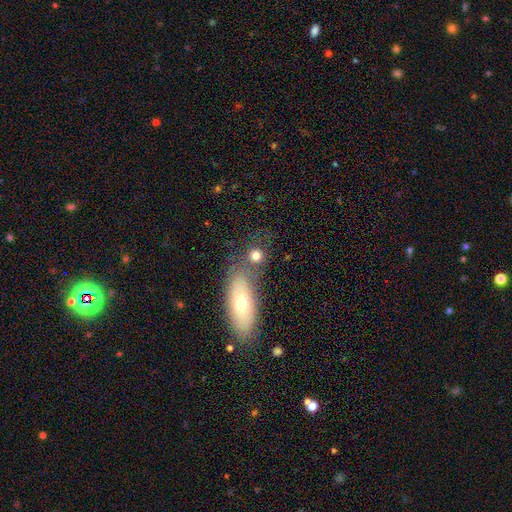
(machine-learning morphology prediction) The model was most divided on "merging": none: 65%, merger: 19%, minor disturbance: 11%, major disturbance: 5%. More confident: how rounded — round (78%); smooth or featured — smooth (77%).